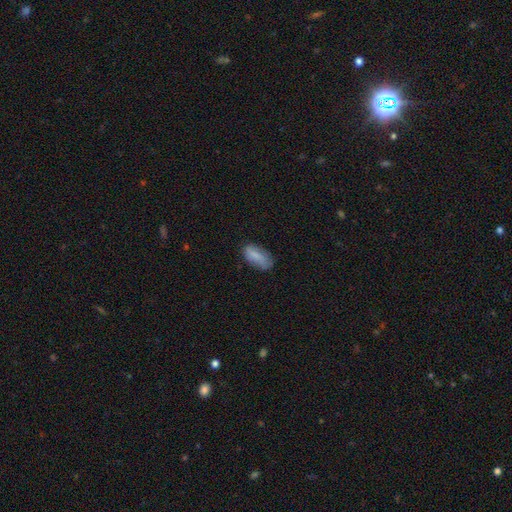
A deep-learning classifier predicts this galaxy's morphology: type=smooth (81%); roundness=in between (89%); merging=none (65%).